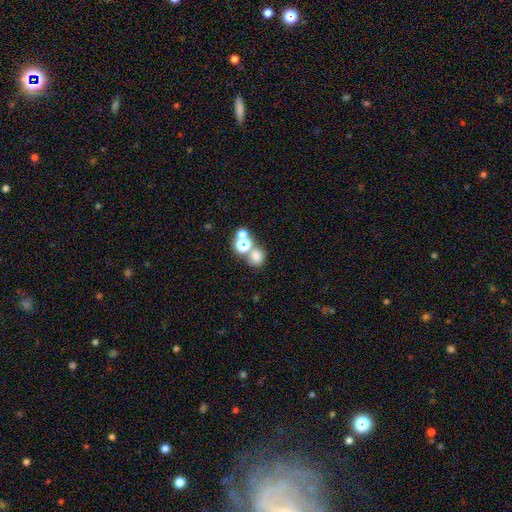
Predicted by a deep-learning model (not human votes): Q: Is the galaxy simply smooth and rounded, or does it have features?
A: smooth — 67%.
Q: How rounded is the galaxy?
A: round — 76%.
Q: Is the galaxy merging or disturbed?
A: none — 54%.